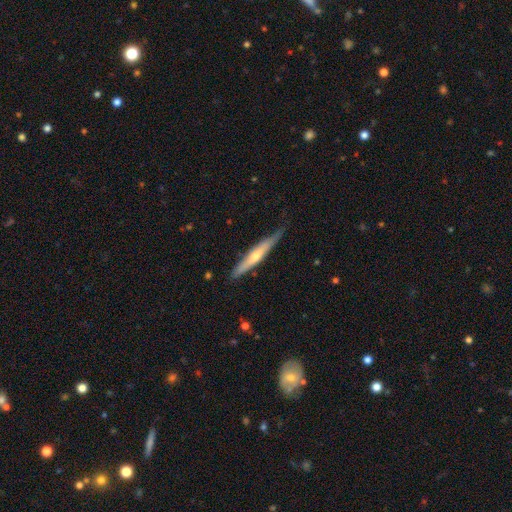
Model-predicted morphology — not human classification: Smooth or featured? featured or disk (57%)
Edge-on disk? yes (93%)
Edge-on bulge? rounded (71%)
Merging? none (73%)